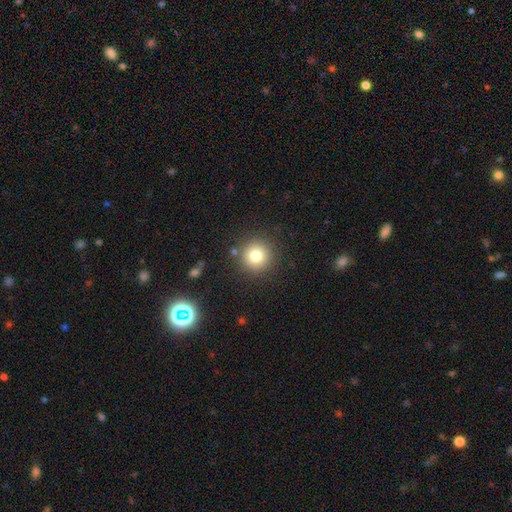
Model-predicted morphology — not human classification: This is likely a smooth galaxy (79%). How rounded: clearly round (95%). Merging: clearly none (88%).